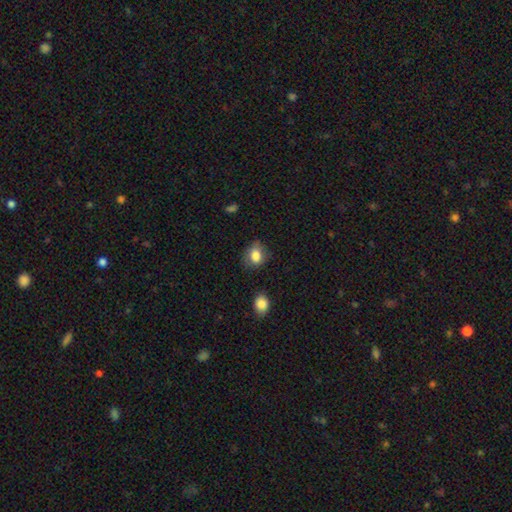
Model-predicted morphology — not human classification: smooth-or-featured: smooth: 83% | star or artifact: 9% | featured or disk: 8%
  how-rounded: in between: 50% | round: 49% | cigar-shaped: 1%
  merging: none: 62% | minor disturbance: 27% | major disturbance: 8% | merger: 2%